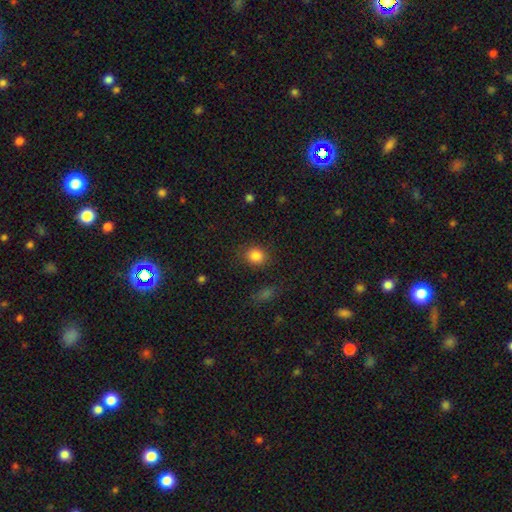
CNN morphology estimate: This appears to be a smooth galaxy with no disk features (84%) that is round (68%). Merging: none (84%).